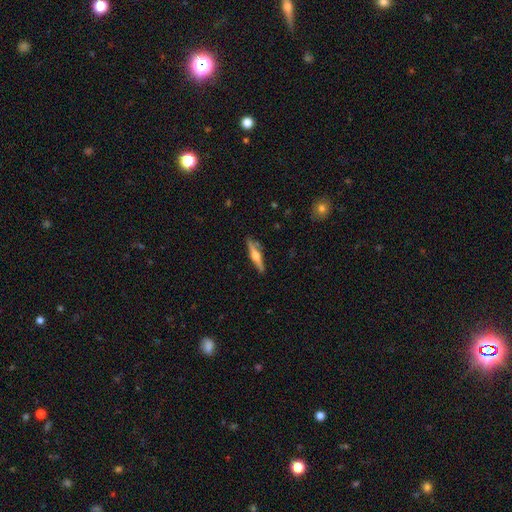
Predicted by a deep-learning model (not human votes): A featured or disk galaxy (67%) viewed edge-on (97%) with a rounded central bulge (92%). Merging: none (87%).